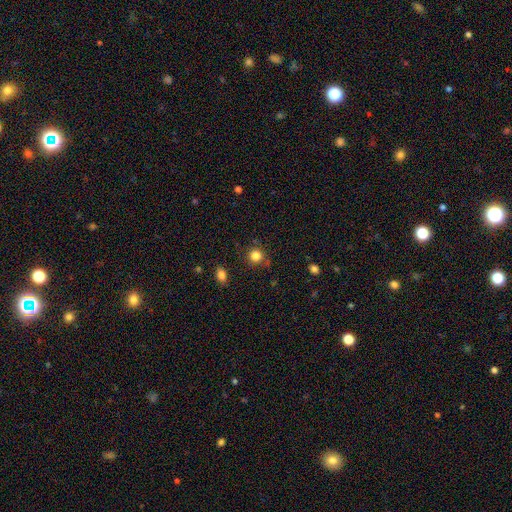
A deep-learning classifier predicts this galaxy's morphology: This appears to be a smooth galaxy with no disk features (83%) that is round (91%). Merging: none (82%).